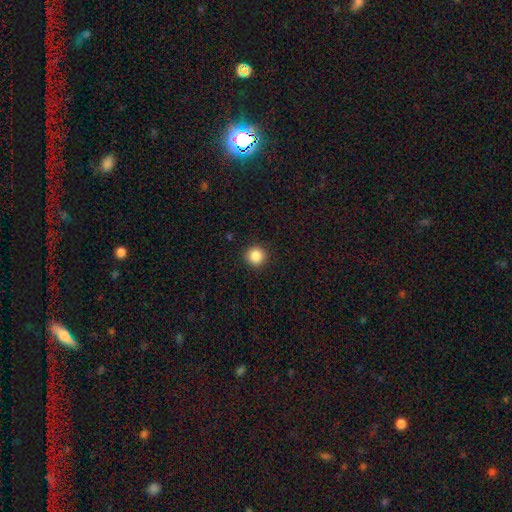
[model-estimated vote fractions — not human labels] smooth-or-featured: smooth: 87% | star or artifact: 10% | featured or disk: 3%
  how-rounded: round: 95% | in between: 4% | cigar-shaped: 1%
  merging: none: 92% | minor disturbance: 5% | major disturbance: 2% | merger: 1%